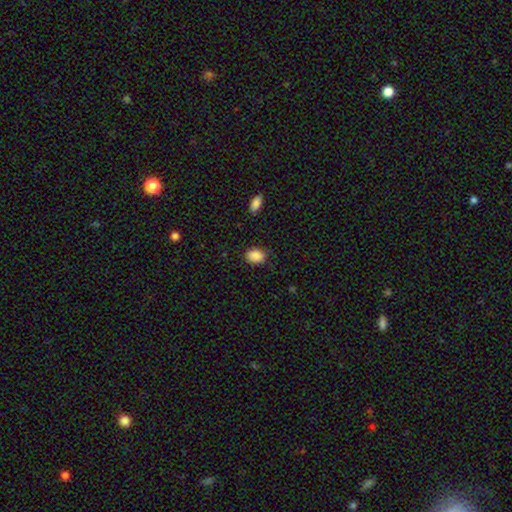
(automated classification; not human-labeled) This is clearly a smooth galaxy (88%). How rounded: likely in between (74%). Merging: clearly none (82%).